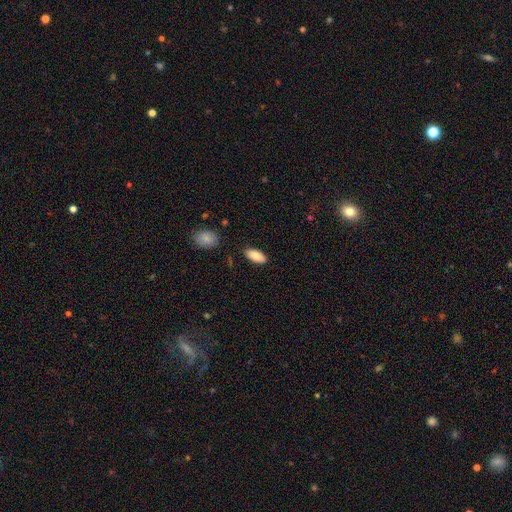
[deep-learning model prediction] smooth 85%, featured or disk 9%, star or artifact 7%. Down the decision tree: how rounded — in between (91%); merging — none (86%).